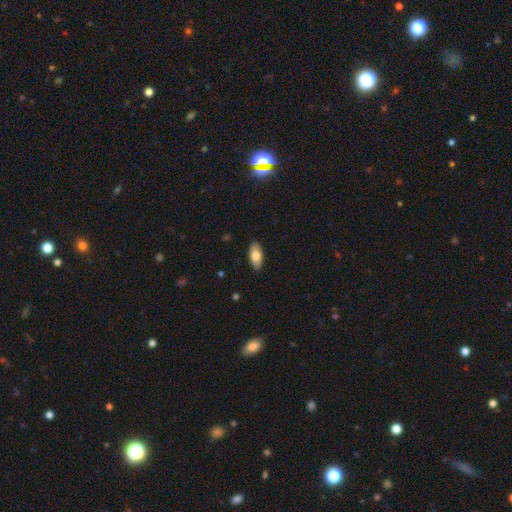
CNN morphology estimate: This is likely a smooth galaxy (78%). How rounded: clearly in between (90%). Merging: clearly none (88%).